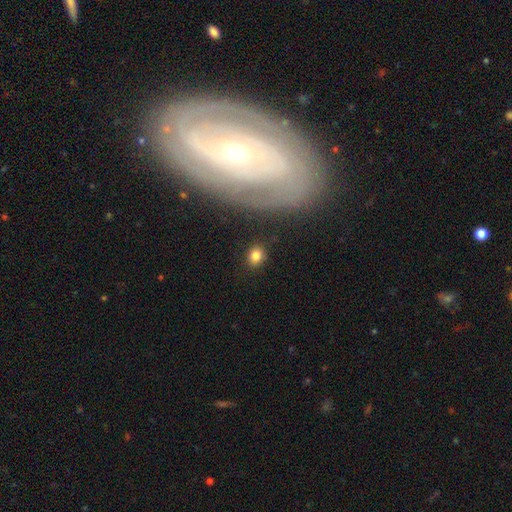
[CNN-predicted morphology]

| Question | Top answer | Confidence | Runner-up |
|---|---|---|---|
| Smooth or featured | smooth | 82% | star or artifact (11%) |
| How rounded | round | 58% | in between (40%) |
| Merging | none | 86% | minor disturbance (9%) |